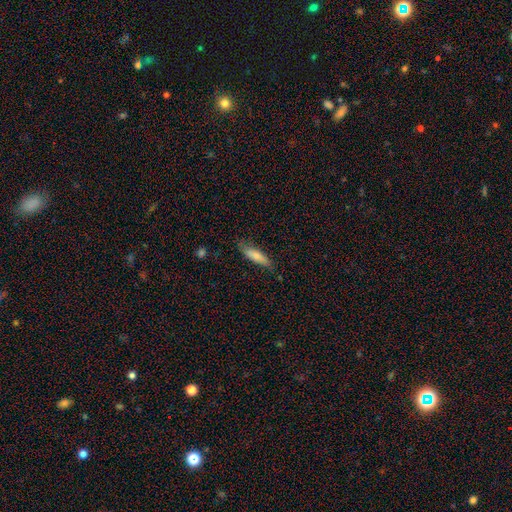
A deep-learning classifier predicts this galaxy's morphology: smooth_or_featured: smooth (p=0.76) [alt: featured or disk p=0.19]
how_rounded: cigar-shaped (p=0.64) [alt: in between p=0.34]
merging: none (p=0.72) [alt: minor disturbance p=0.22]